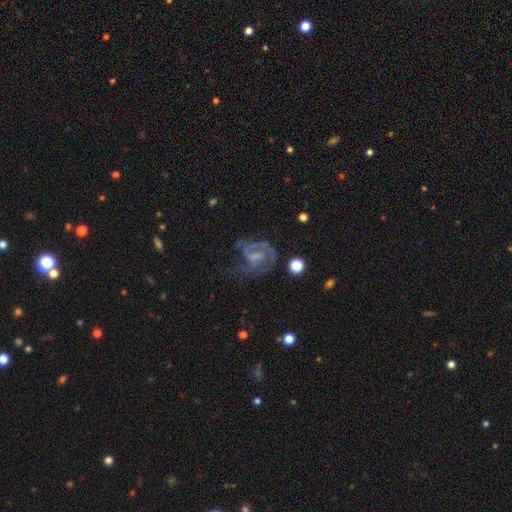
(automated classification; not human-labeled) featured or disk 67%, smooth 20%, star or artifact 13%. Down the decision tree: edge-on disk — no (97%); bar — no (51%); spiral arms — yes (70%); bulge size — none (48%); merging — major disturbance (41%).